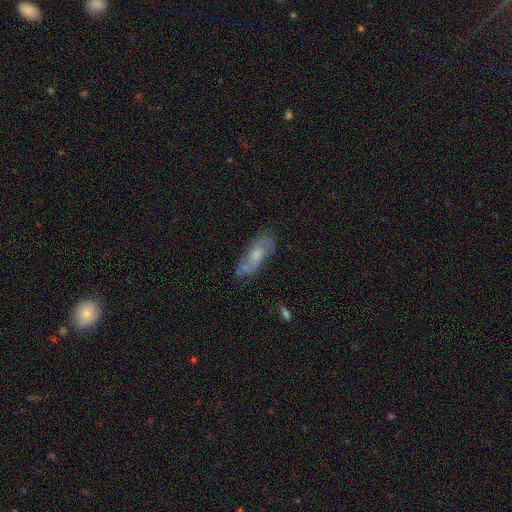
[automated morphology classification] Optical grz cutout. It shows a featured or disk galaxy (55%). Merging: none (69%).